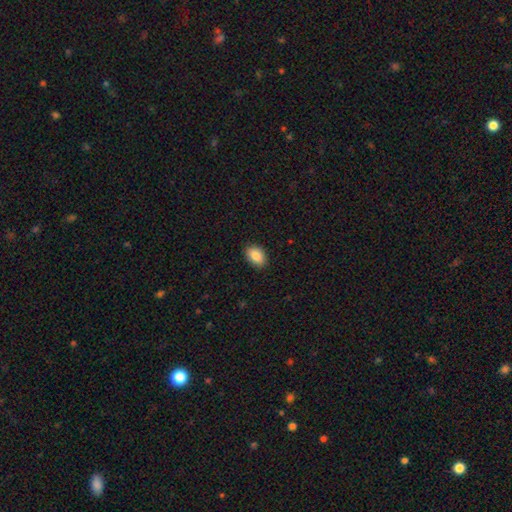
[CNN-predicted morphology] smooth_or_featured: smooth (p=0.87) [alt: star or artifact p=0.07]
how_rounded: in between (p=0.86) [alt: round p=0.13]
merging: none (p=0.89) [alt: minor disturbance p=0.08]